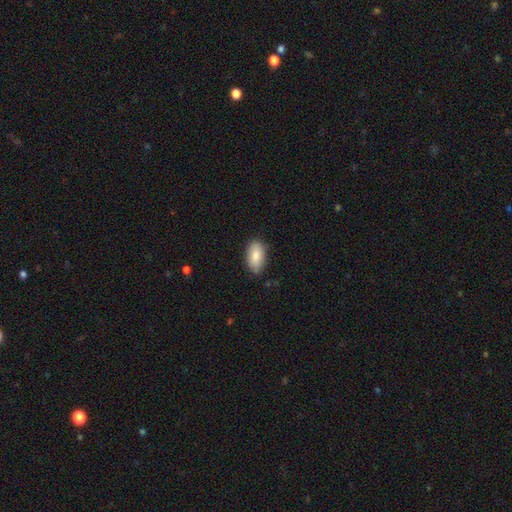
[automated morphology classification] Smooth or featured: smooth — 85% (featured or disk — 9%)
How rounded: in between — 93% (cigar-shaped — 4%)
Merging: none — 82% (minor disturbance — 14%)